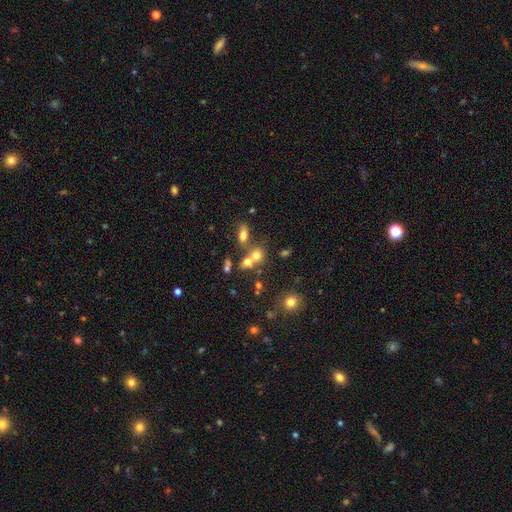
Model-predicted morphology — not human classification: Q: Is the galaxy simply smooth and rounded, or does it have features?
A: smooth — 67%.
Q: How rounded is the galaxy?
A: round — 74%.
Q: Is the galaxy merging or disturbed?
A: merger — 44%.